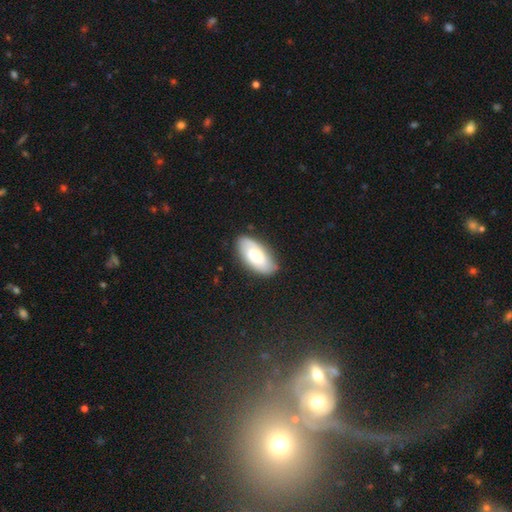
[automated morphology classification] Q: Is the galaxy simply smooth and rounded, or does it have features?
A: smooth — 65%.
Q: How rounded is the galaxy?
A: in between — 92%.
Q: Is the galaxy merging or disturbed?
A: none — 84%.